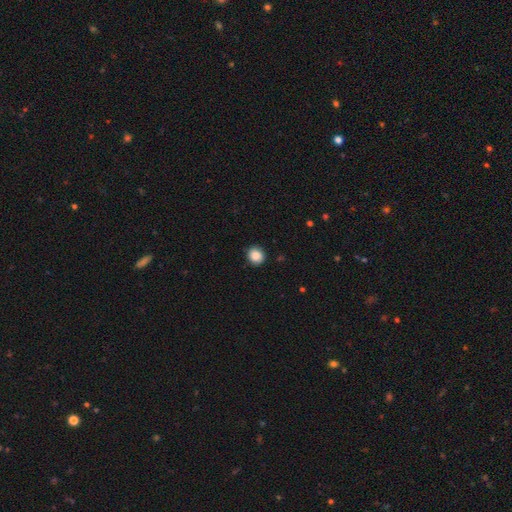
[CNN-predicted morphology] Smooth or featured: smooth — 87% (star or artifact — 9%)
How rounded: round — 83% (in between — 17%)
Merging: none — 88% (minor disturbance — 9%)